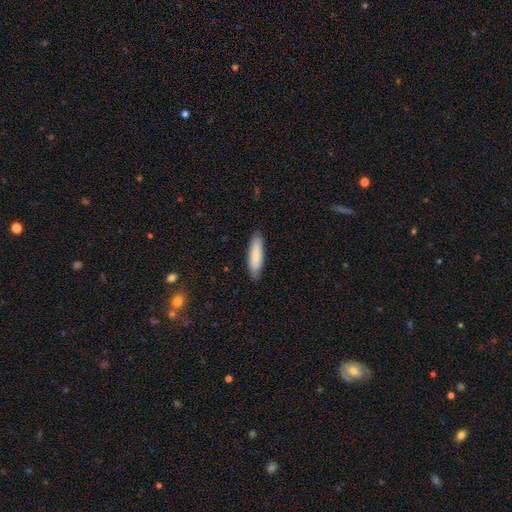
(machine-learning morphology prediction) type=smooth (84%); roundness=cigar-shaped (68%); merging=none (87%).